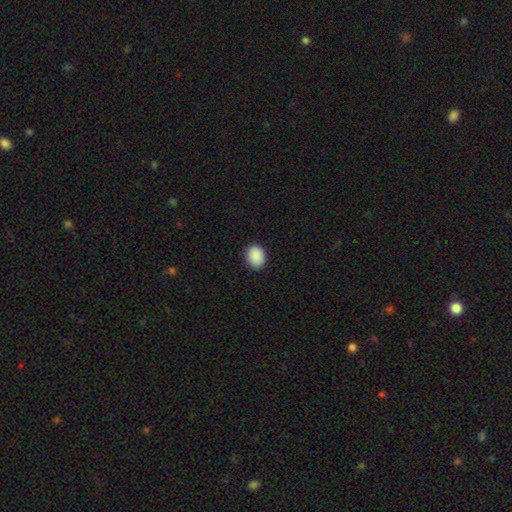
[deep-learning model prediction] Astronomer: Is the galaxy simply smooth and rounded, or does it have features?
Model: smooth — 90%.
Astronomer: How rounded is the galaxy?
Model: in between — 51% (runner-up: round, 48%).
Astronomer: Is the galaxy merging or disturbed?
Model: none — 90%.